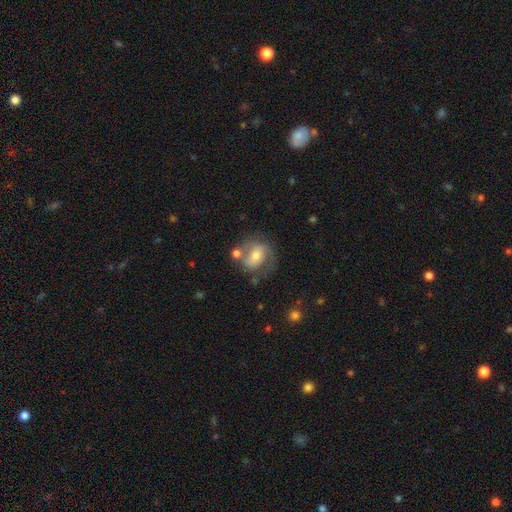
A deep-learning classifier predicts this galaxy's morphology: smooth_or_featured: featured or disk (p=0.53) [alt: smooth p=0.38]
disk_edge_on: no (p=0.95) [alt: yes p=0.05]
bar: no (p=0.40) [alt: weak p=0.36]
has_spiral_arms: yes (p=0.67) [alt: no p=0.33]
bulge_size: moderate (p=0.58) [alt: small p=0.34]
merging: none (p=0.54) [alt: minor disturbance p=0.19]